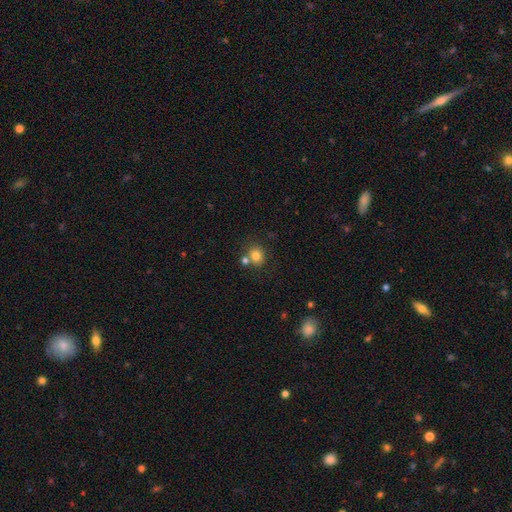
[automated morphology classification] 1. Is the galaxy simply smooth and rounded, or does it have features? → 80% smooth, 12% star or artifact, 8% featured or disk.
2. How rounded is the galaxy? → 75% round, 25% in between, 1% cigar-shaped.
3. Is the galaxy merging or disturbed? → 63% none, 23% merger, 10% minor disturbance, 3% major disturbance.